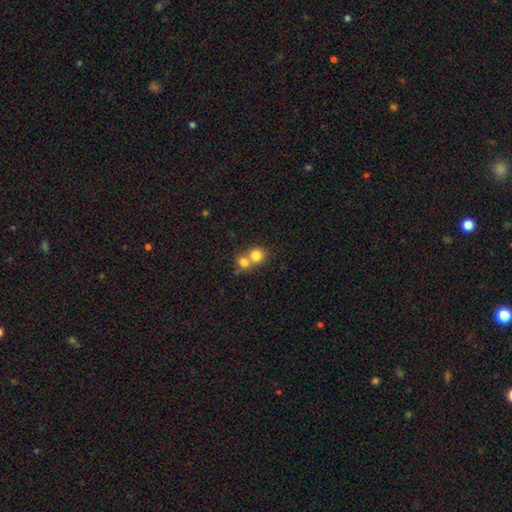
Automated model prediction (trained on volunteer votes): smooth 80%, star or artifact 10%, featured or disk 10%. Down the decision tree: how rounded — round (85%); merging — merger (58%).